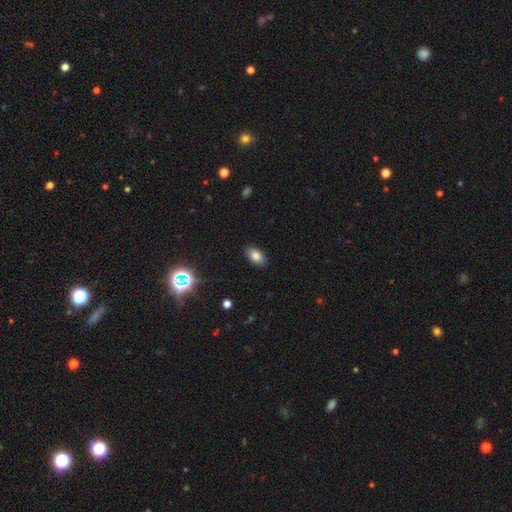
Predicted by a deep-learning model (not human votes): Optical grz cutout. It shows a smooth galaxy with no disk features (82%) that is in between round and cigar-shaped (91%). Merging: none (88%).